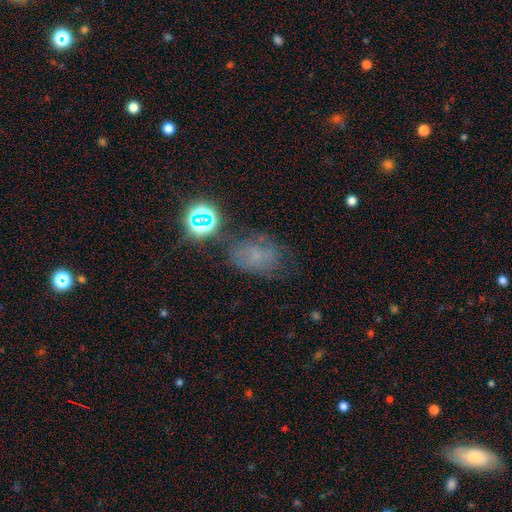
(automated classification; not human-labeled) smooth-or-featured: smooth: 48% | star or artifact: 29% | featured or disk: 23%
  merging: none: 55% | minor disturbance: 25% | major disturbance: 14% | merger: 6%